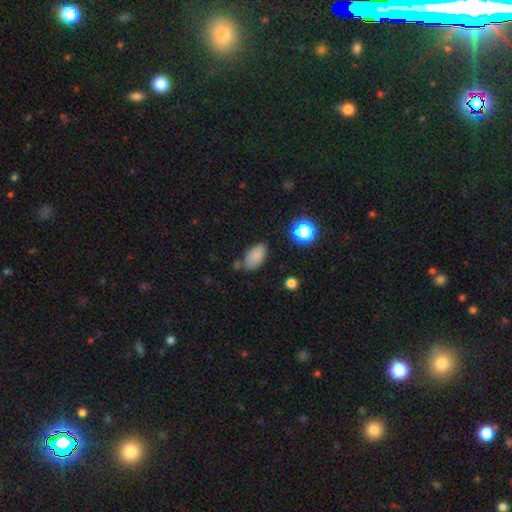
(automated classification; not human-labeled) This is clearly a smooth galaxy (83%). How rounded: clearly in between (92%). Merging: likely none (66%).